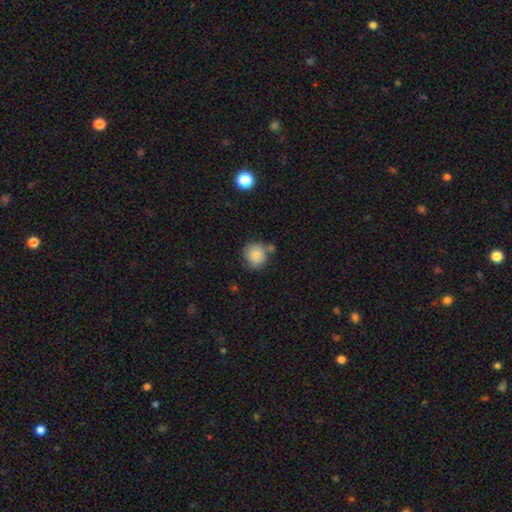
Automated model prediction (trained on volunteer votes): Smooth or featured: smooth — 82% (featured or disk — 9%)
How rounded: round — 89% (in between — 10%)
Merging: none — 62% (minor disturbance — 19%)